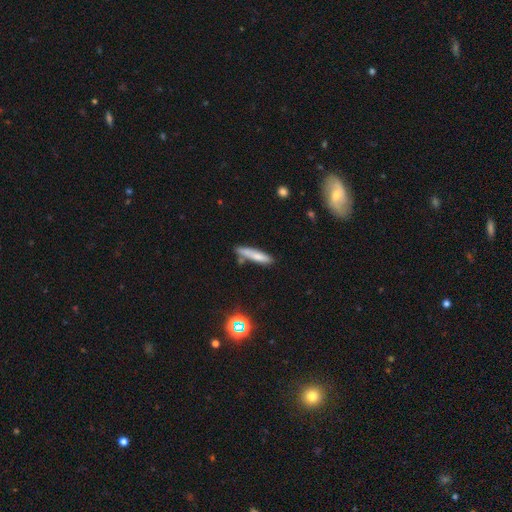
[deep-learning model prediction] smooth-or-featured: smooth: 73% | featured or disk: 18% | star or artifact: 9%
  how-rounded: cigar-shaped: 82% | in between: 16% | round: 2%
  merging: none: 66% | minor disturbance: 19% | merger: 11% | major disturbance: 4%